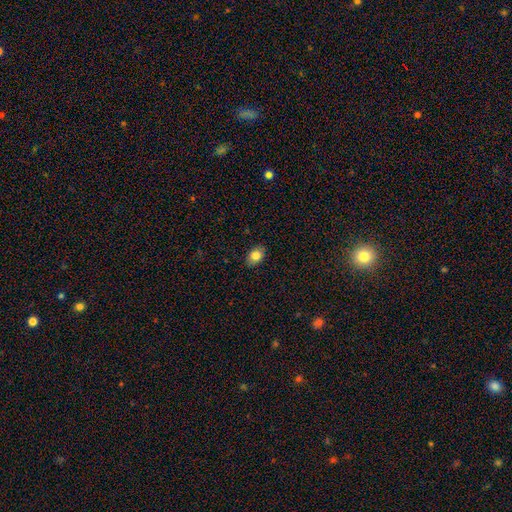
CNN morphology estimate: smooth-or-featured: smooth: 83% | star or artifact: 9% | featured or disk: 8%
  how-rounded: in between: 78% | round: 21% | cigar-shaped: 1%
  merging: none: 87% | minor disturbance: 10% | major disturbance: 2% | merger: 1%